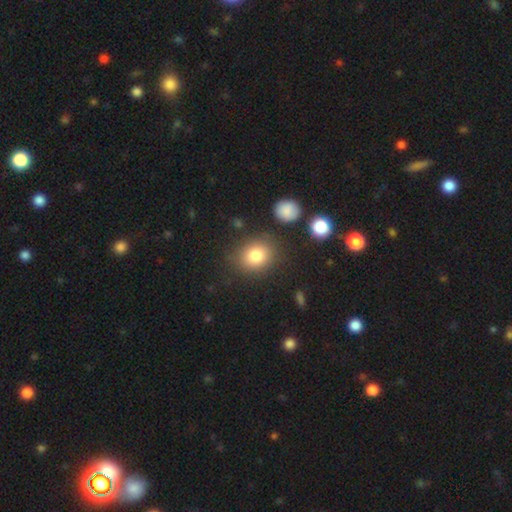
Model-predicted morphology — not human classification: Smooth or featured? Predicted: smooth (p=0.81). How rounded? Predicted: round (p=0.65). Merging? Predicted: none (p=0.80).